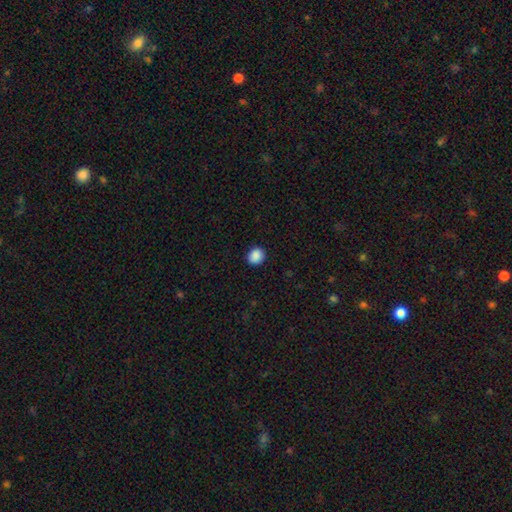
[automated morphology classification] smooth 89%, star or artifact 8%, featured or disk 2%. Down the decision tree: how rounded — round (71%); merging — none (89%).